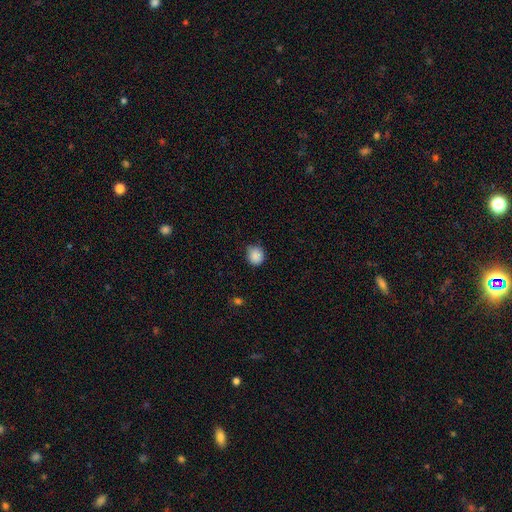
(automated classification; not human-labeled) Smooth or featured? Predicted: smooth (p=0.88). How rounded? Predicted: round (p=0.82). Merging? Predicted: none (p=0.74).